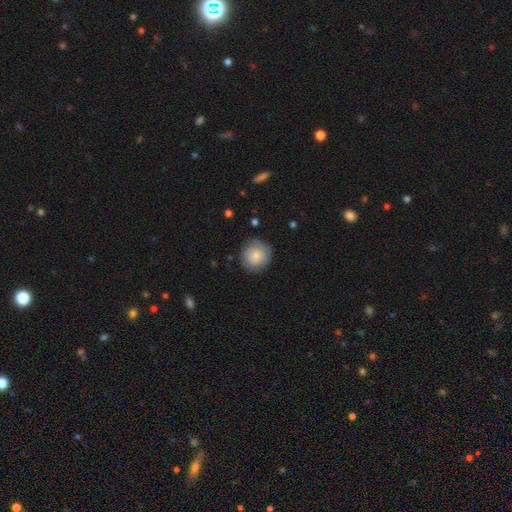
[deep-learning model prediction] A smooth galaxy with no disk features (74%) that is round (91%). Merging: none (79%).